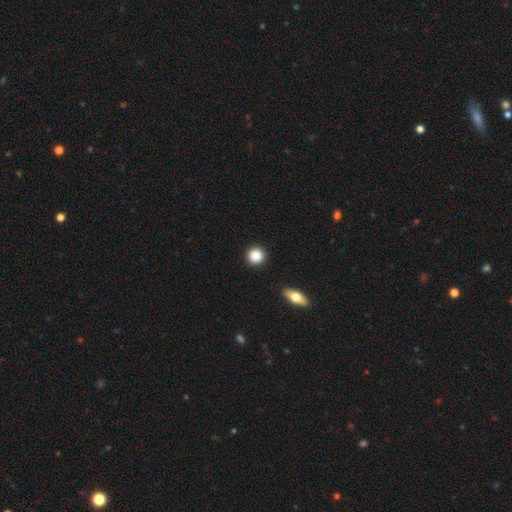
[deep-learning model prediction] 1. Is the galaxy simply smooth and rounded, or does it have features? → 87% smooth, 9% star or artifact, 4% featured or disk.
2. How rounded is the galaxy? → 94% round, 5% in between, 1% cigar-shaped.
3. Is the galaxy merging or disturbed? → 91% none, 5% minor disturbance, 2% major disturbance, 2% merger.